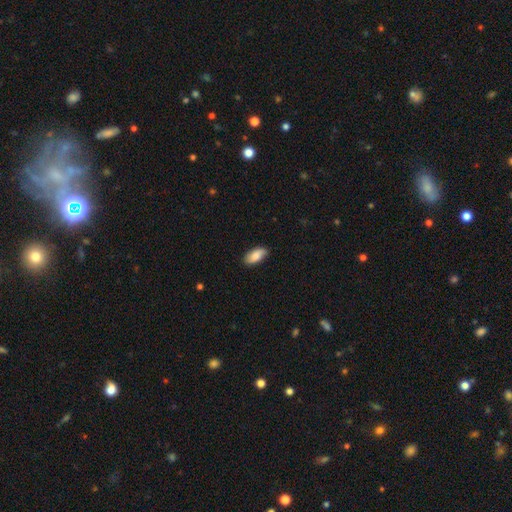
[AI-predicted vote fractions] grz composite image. It shows a smooth galaxy with no disk features (83%) that is in between round and cigar-shaped (91%). Merging: none (81%).